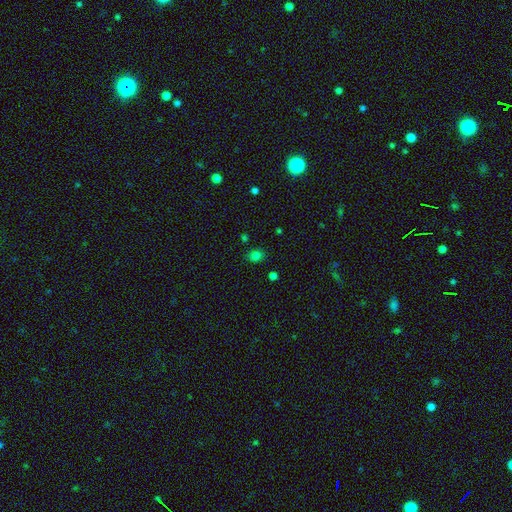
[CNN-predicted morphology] smooth 78%, star or artifact 17%, featured or disk 5%. Down the decision tree: how rounded — round (60%); merging — none (84%).